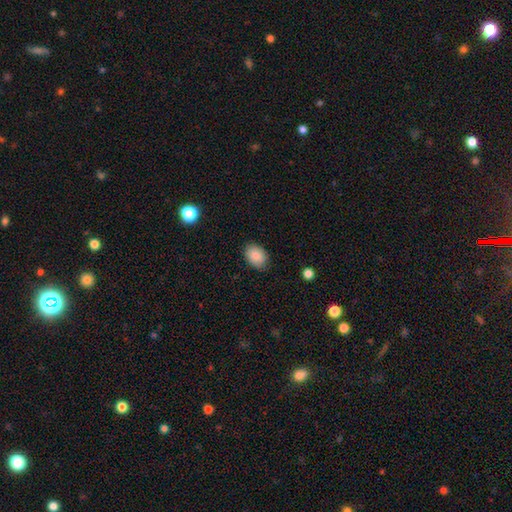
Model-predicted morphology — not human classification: Overall: smooth (87%). How rounded: in between (78%). Merging: none (85%).